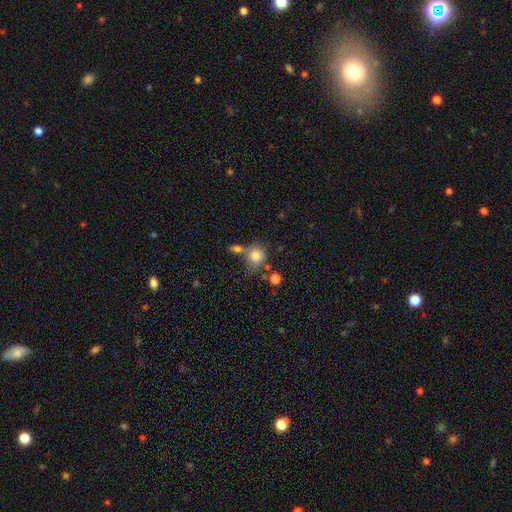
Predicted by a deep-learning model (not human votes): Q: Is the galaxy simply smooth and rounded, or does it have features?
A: smooth — 80%.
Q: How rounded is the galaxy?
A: round — 77%.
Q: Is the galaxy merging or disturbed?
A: none — 53%.